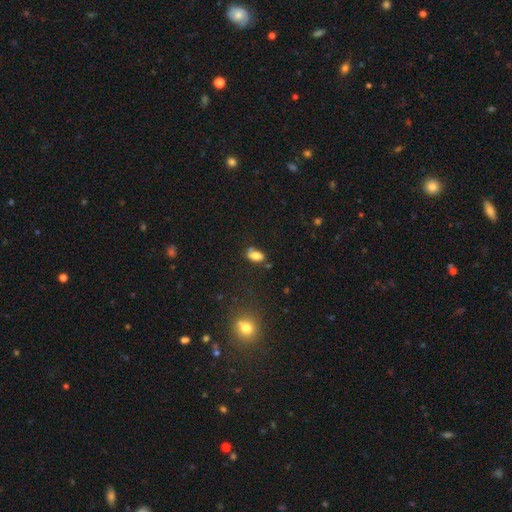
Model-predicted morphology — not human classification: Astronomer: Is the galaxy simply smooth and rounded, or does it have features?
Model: smooth — 77%.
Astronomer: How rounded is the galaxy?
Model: in between — 87%.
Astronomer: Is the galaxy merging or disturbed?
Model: none — 60%.